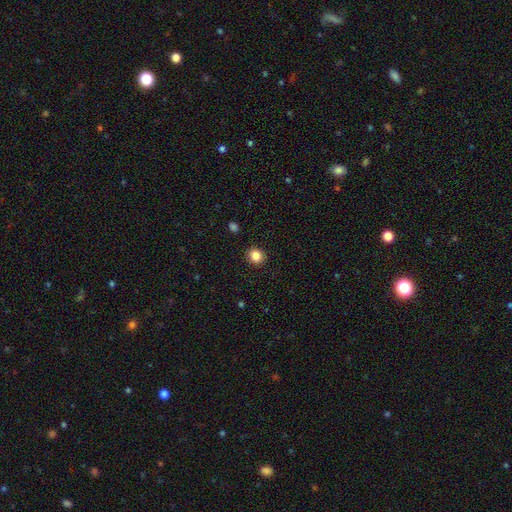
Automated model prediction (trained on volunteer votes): smooth_or_featured: smooth (p=0.85) [alt: star or artifact p=0.11]
how_rounded: round (p=0.79) [alt: in between p=0.20]
merging: none (p=0.92) [alt: minor disturbance p=0.06]